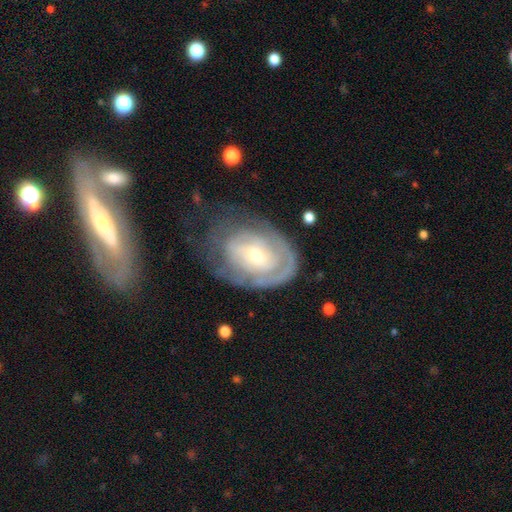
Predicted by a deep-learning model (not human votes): smooth-or-featured: featured or disk: 76% | smooth: 18% | star or artifact: 6%
  disk-edge-on: no: 95% | yes: 5%
    bar: no: 59% | weak: 33% | strong: 9%
    has-spiral-arms: yes: 81% | no: 19%
      spiral-winding: tight: 69% | medium: 22% | loose: 9%
      spiral-arm-count: can't tell: 46% | 2: 23% | 1: 18% | 3: 7% | 4: 3% | more than 4: 3%
    bulge-size: small: 55% | moderate: 41% | large: 3% | none: 1% | dominant: 1%
  merging: none: 53% | minor disturbance: 25% | major disturbance: 20% | merger: 2%